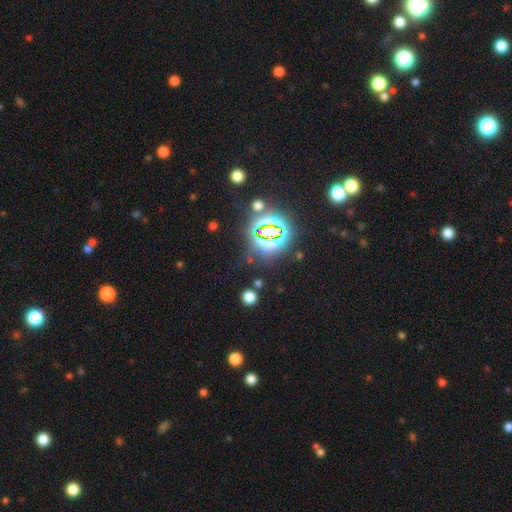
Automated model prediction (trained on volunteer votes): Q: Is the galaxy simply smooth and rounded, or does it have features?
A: star or artifact — 82%.